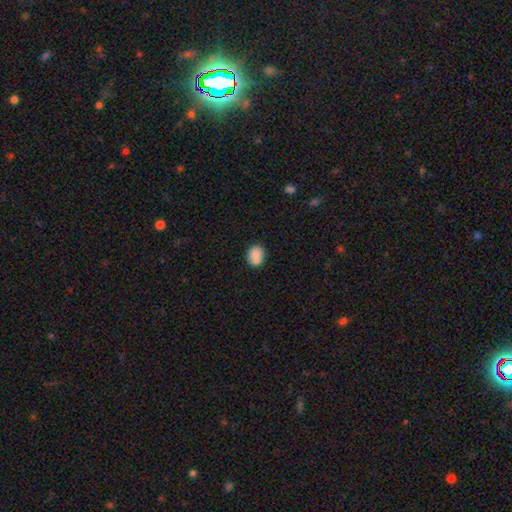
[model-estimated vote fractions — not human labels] Smooth or featured? smooth (83%)
How rounded? round (55%)
Merging? none (61%)